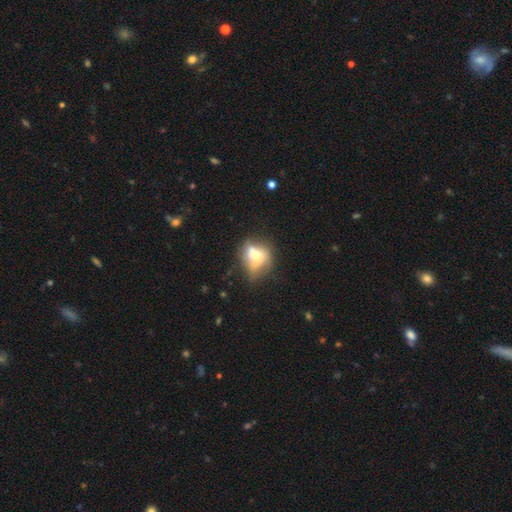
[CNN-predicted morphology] This appears to be a smooth galaxy with no disk features (53%) that is round (49%). Merging: none (34%).